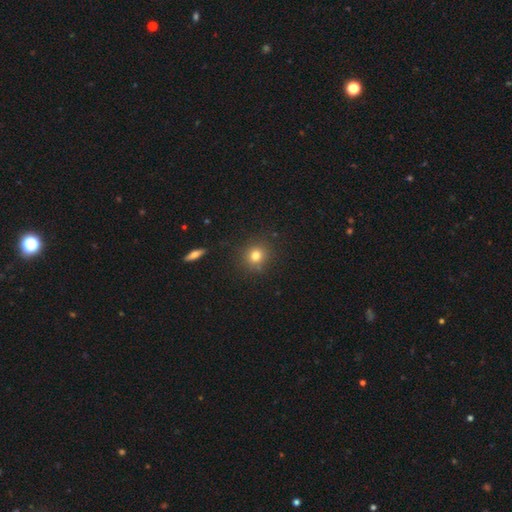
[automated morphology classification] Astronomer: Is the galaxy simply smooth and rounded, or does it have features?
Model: smooth — 78%.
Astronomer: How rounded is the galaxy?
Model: round — 89%.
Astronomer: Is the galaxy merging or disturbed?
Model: none — 86%.